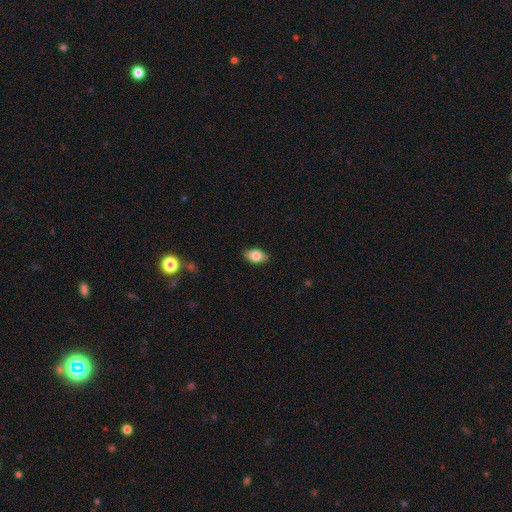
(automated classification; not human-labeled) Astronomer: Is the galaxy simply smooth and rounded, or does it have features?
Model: smooth — 79%.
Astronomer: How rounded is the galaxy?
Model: in between — 89%.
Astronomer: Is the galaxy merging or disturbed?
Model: none — 86%.